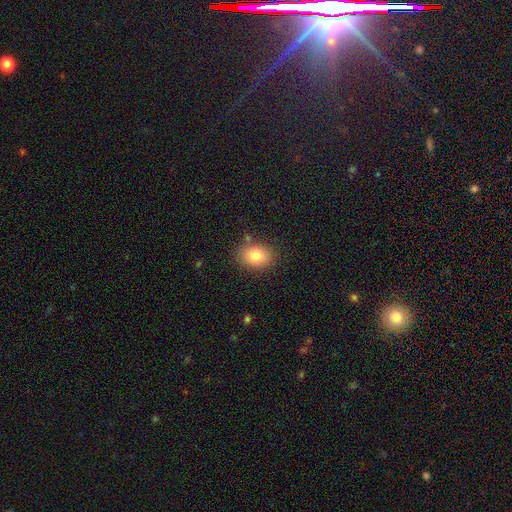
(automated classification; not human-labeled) smooth_or_featured: smooth (p=0.82) [alt: star or artifact p=0.09]
how_rounded: in between (p=0.67) [alt: round p=0.32]
merging: none (p=0.82) [alt: minor disturbance p=0.12]